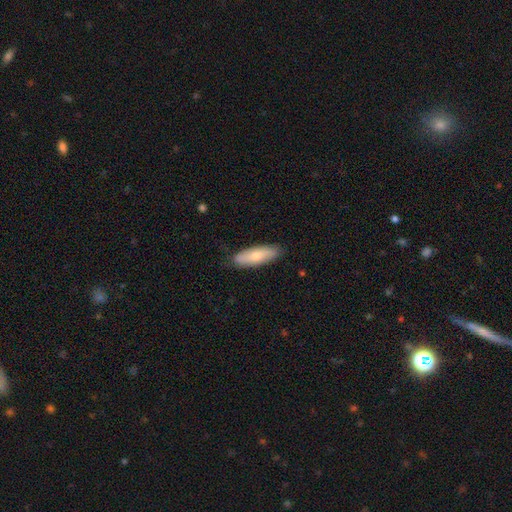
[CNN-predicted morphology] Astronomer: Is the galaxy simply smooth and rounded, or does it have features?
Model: smooth — 74%.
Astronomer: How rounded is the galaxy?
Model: in between — 53% (runner-up: cigar-shaped, 45%).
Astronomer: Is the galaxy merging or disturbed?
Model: none — 83%.